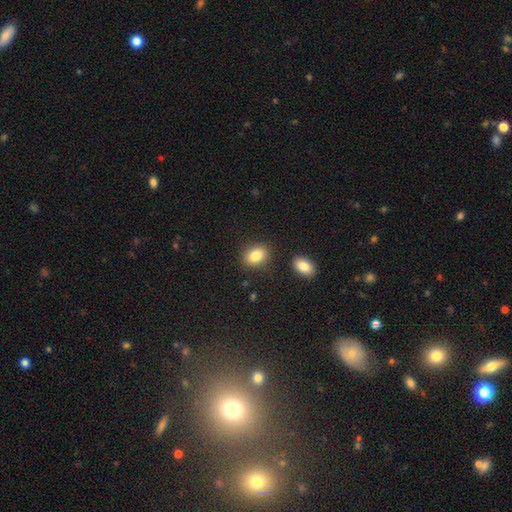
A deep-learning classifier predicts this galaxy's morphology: The model was most divided on "how rounded": in between: 65%, round: 34%, cigar-shaped: 1%. More confident: smooth or featured — smooth (84%); merging — none (83%).